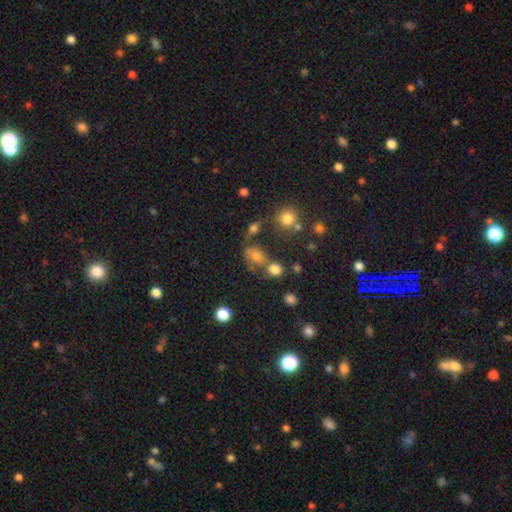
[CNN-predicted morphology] This appears to be a smooth galaxy with no disk features (67%) that is in between round and cigar-shaped (63%). Merging: none (48%).